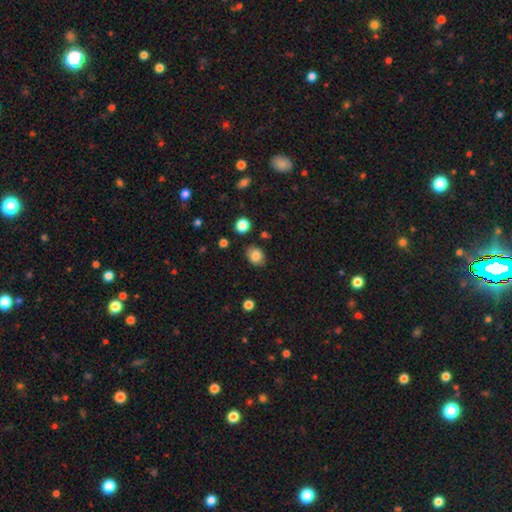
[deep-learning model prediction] smooth-or-featured: smooth: 81% | featured or disk: 10% | star or artifact: 9%
  how-rounded: in between: 64% | round: 35% | cigar-shaped: 1%
  merging: none: 79% | minor disturbance: 15% | major disturbance: 3% | merger: 2%